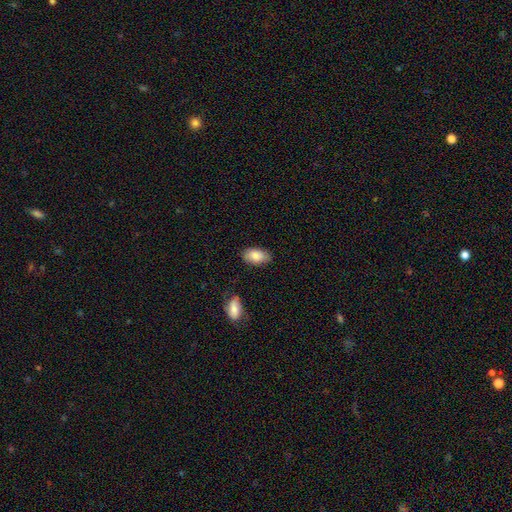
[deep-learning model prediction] smooth-or-featured: smooth: 84% | featured or disk: 9% | star or artifact: 7%
  how-rounded: in between: 94% | round: 4% | cigar-shaped: 2%
  merging: none: 76% | minor disturbance: 18% | major disturbance: 3% | merger: 3%